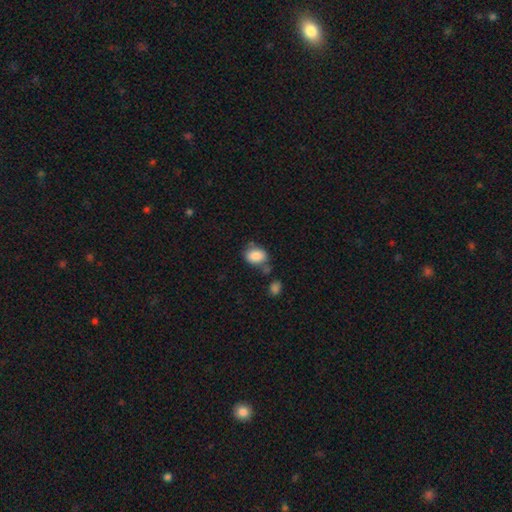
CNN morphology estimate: smooth-or-featured: smooth: 86% | star or artifact: 8% | featured or disk: 6%
  how-rounded: in between: 73% | round: 26% | cigar-shaped: 1%
  merging: none: 58% | minor disturbance: 20% | merger: 15% | major disturbance: 6%